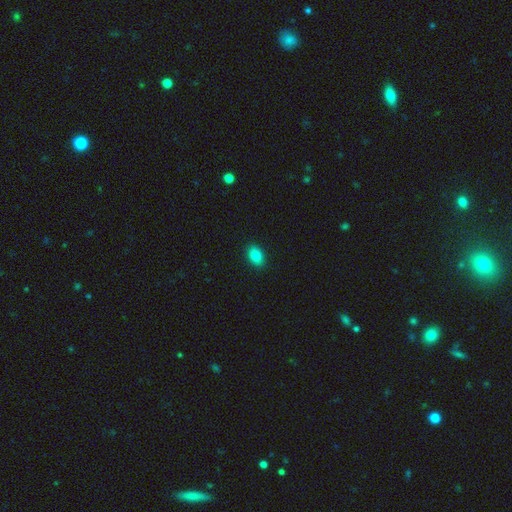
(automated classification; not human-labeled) A smooth galaxy with no disk features (83%) that is in between round and cigar-shaped (81%). Merging: none (91%).